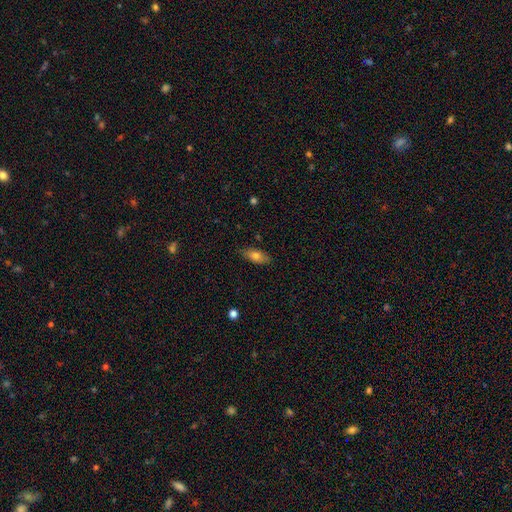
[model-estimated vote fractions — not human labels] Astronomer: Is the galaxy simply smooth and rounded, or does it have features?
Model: smooth — 75%.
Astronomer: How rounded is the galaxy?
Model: in between — 84%.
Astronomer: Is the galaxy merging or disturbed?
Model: none — 83%.